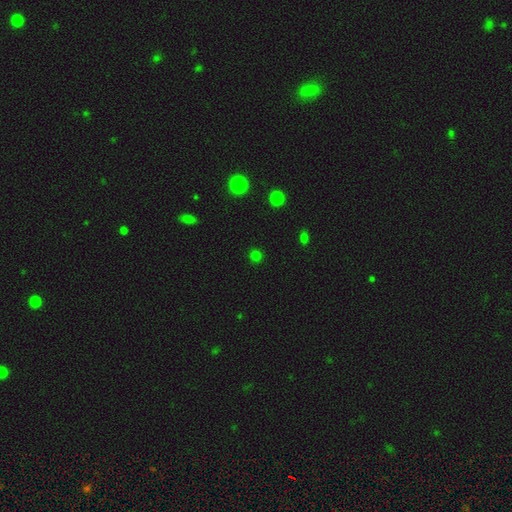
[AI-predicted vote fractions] smooth_or_featured: smooth (p=0.72) [alt: star or artifact p=0.24]
how_rounded: round (p=0.92) [alt: in between p=0.07]
merging: none (p=0.90) [alt: minor disturbance p=0.06]